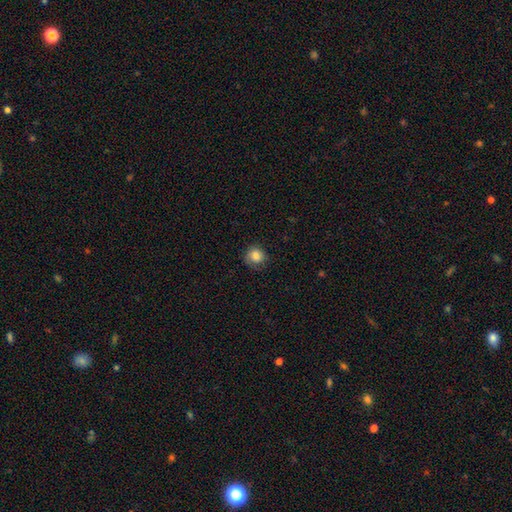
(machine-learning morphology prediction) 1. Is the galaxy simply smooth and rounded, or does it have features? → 83% smooth, 10% star or artifact, 7% featured or disk.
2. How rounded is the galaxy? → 86% round, 13% in between, 1% cigar-shaped.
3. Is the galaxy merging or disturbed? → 75% none, 19% minor disturbance, 5% major disturbance, 1% merger.